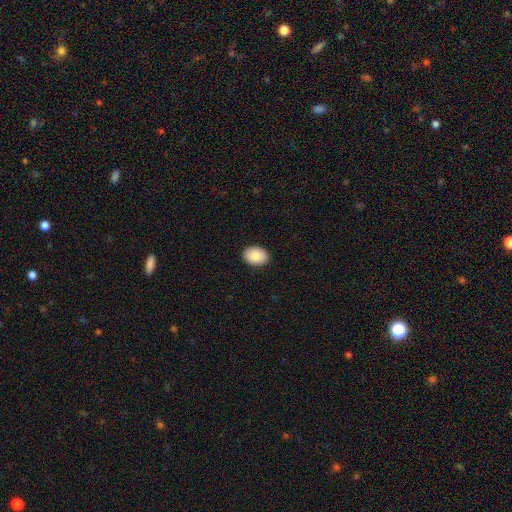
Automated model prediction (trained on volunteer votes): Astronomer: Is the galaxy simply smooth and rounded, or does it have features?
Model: smooth — 88%.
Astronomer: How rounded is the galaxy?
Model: in between — 76%.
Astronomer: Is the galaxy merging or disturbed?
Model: none — 90%.